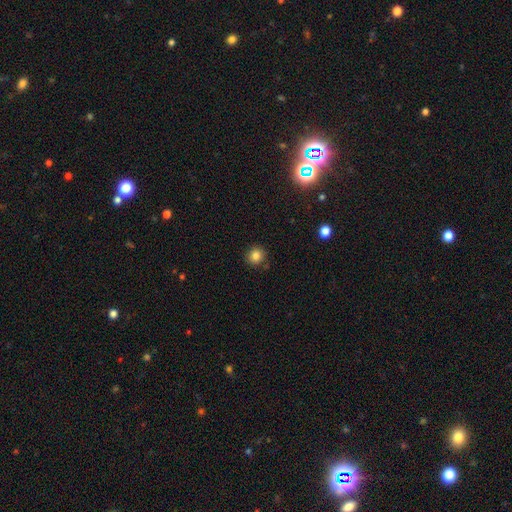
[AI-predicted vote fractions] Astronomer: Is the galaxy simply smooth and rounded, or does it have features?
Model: smooth — 83%.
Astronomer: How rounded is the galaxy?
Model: round — 90%.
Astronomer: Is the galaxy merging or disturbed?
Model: none — 87%.